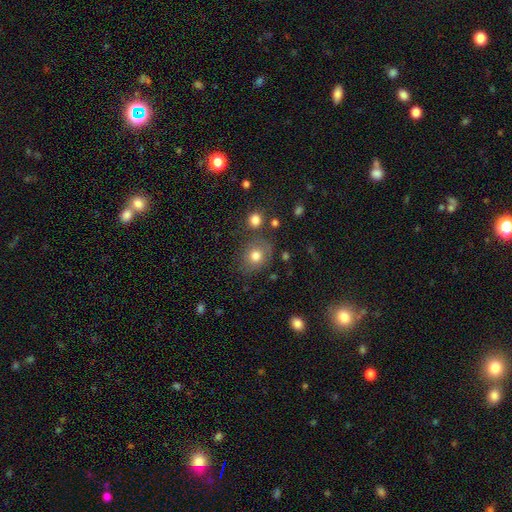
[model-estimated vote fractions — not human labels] smooth-or-featured: smooth: 78% | star or artifact: 11% | featured or disk: 11%
  how-rounded: round: 74% | in between: 25% | cigar-shaped: 1%
  merging: none: 74% | minor disturbance: 15% | merger: 6% | major disturbance: 5%